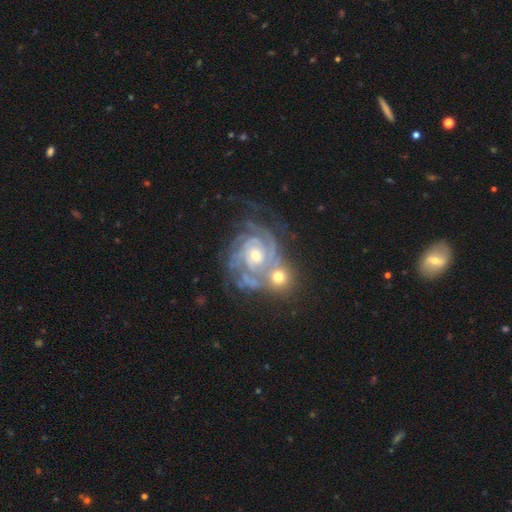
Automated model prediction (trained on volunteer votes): Smooth or featured? Predicted: featured or disk (p=0.90). Edge-on disk? Predicted: no (p=0.98). Bar? Predicted: no (p=0.72). Spiral arms? Predicted: yes (p=0.98). Spiral winding? Predicted: tight (p=0.76). Spiral arm count? Predicted: 3 (p=0.27). Bulge size? Predicted: small (p=0.50). Merging? Predicted: none (p=0.41).